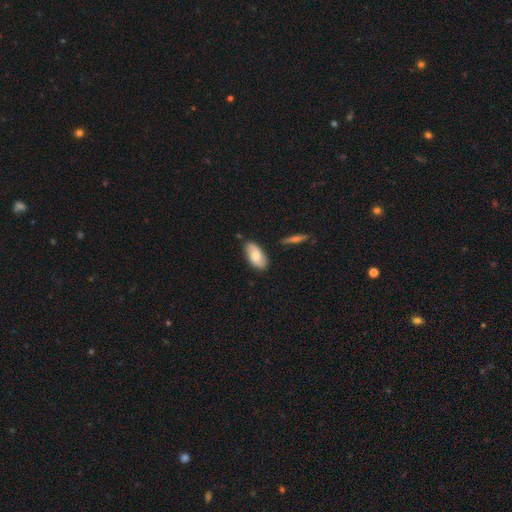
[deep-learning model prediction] smooth-or-featured: smooth: 71% | featured or disk: 23% | star or artifact: 6%
  how-rounded: in between: 92% | cigar-shaped: 5% | round: 3%
  merging: none: 80% | minor disturbance: 15% | merger: 3% | major disturbance: 2%